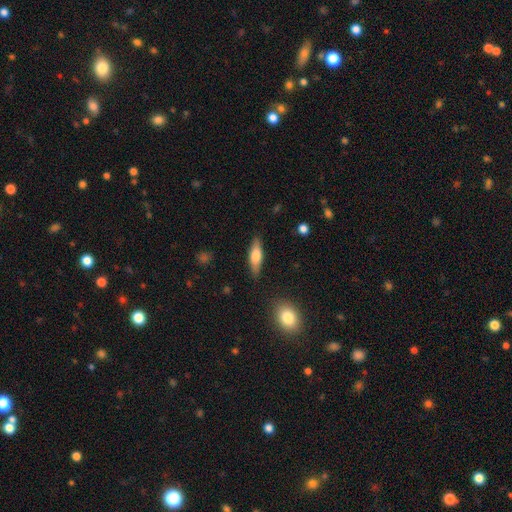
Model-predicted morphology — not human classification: A smooth galaxy with no disk features (65%) that is cigar-shaped (49%, tied with in between). Merging: none (84%).